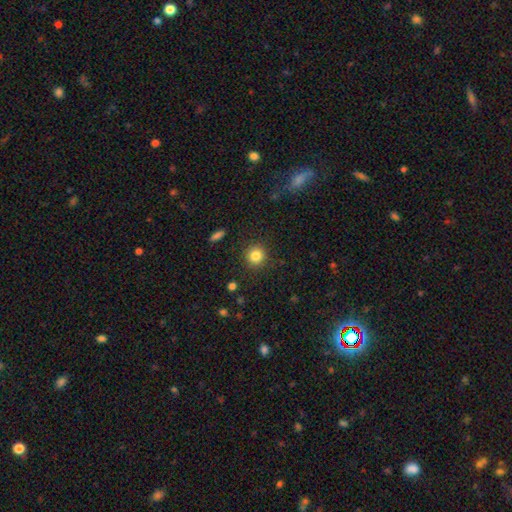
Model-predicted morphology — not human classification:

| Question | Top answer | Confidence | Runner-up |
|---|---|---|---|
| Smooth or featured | smooth | 83% | star or artifact (11%) |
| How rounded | round | 92% | in between (7%) |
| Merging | none | 89% | minor disturbance (7%) |